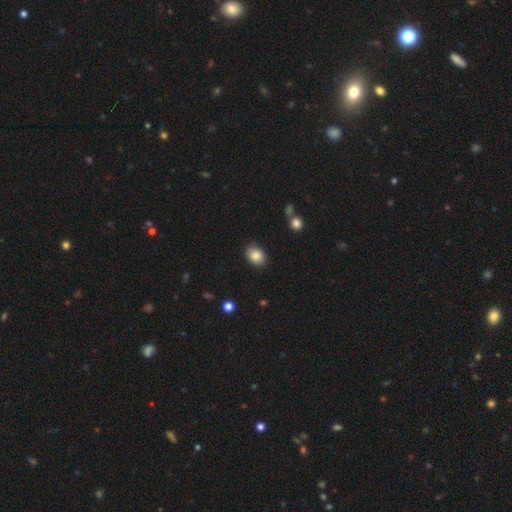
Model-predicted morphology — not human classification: Smooth or featured: smooth — 86% (star or artifact — 8%)
How rounded: in between — 67% (round — 32%)
Merging: none — 81% (minor disturbance — 14%)